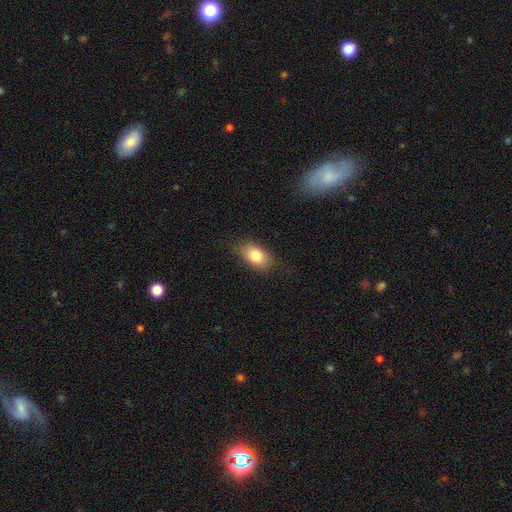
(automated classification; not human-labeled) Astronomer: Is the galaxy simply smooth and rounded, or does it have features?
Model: smooth — 81%.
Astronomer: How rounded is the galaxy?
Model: in between — 87%.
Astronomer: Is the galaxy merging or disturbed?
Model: none — 80%.